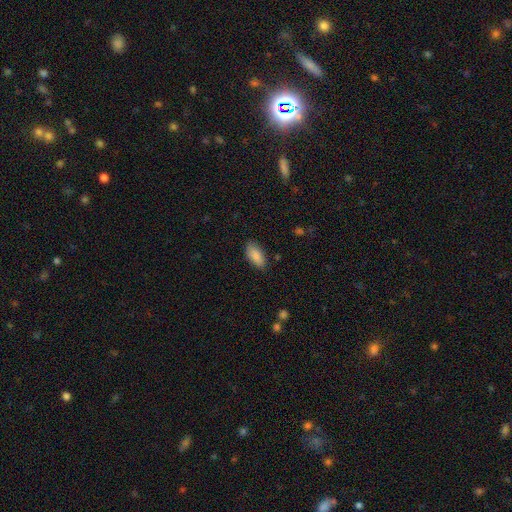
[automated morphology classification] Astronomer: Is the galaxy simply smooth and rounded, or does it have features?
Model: smooth — 87%.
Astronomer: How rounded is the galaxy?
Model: in between — 91%.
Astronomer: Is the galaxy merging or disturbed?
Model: none — 80%.